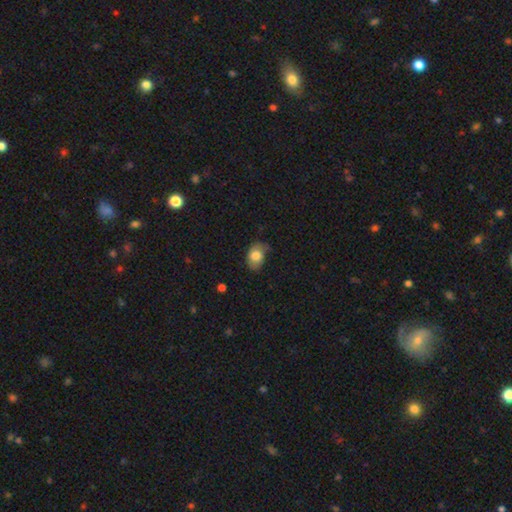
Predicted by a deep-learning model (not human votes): Smooth or featured? smooth (75%)
How rounded? in between (78%)
Merging? none (58%)